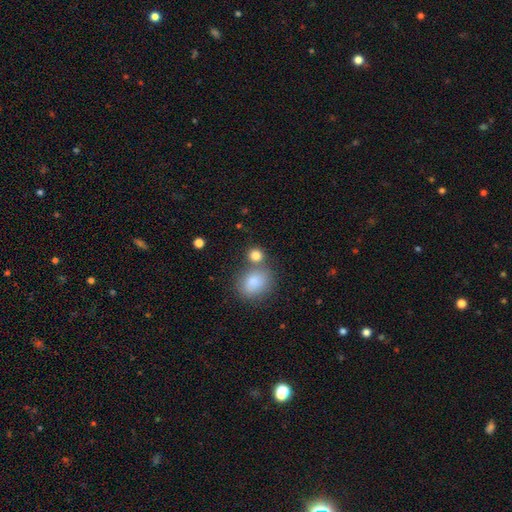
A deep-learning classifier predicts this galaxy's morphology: This is clearly a smooth galaxy (83%). How rounded: likely round (78%). Merging: possibly none (60%).